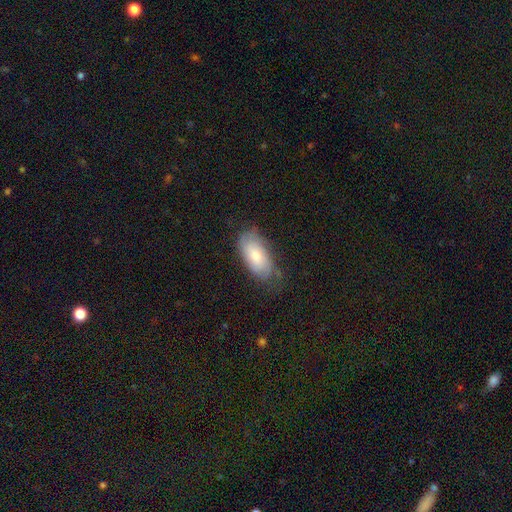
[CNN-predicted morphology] smooth-or-featured: smooth: 59% | featured or disk: 34% | star or artifact: 7%
  how-rounded: in between: 92% | cigar-shaped: 5% | round: 3%
  merging: none: 62% | minor disturbance: 28% | major disturbance: 9% | merger: 1%